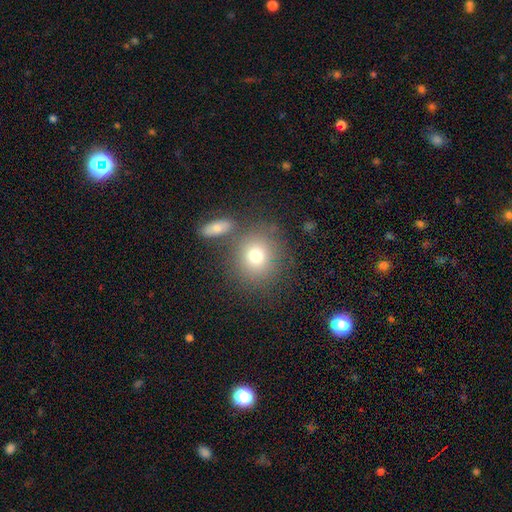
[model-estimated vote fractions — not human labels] This appears to be a smooth galaxy with no disk features (75%) that is round (80%). Merging: none (74%).